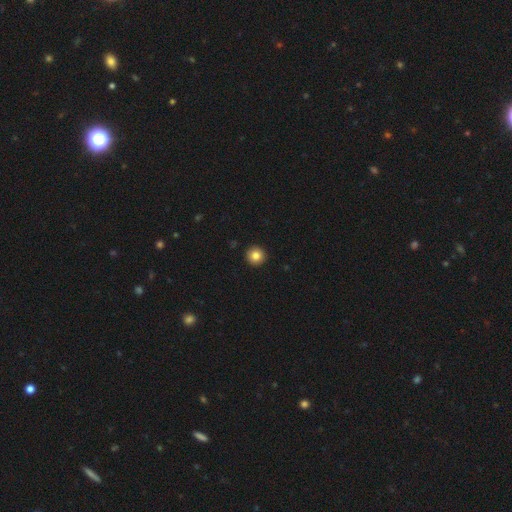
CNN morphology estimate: A smooth galaxy with no disk features (84%) that is round (95%). Merging: none (94%).